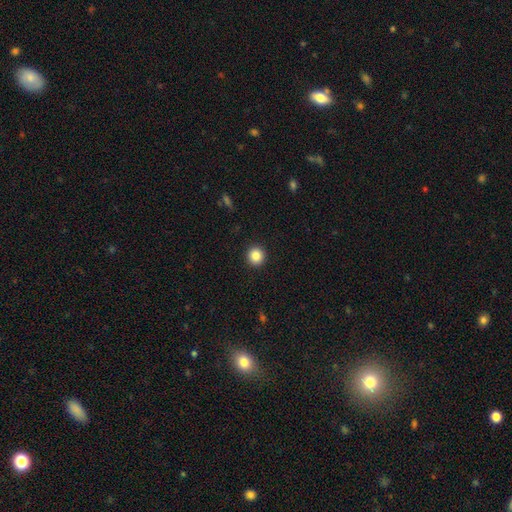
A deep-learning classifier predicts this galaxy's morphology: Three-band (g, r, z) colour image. It shows a smooth galaxy with no disk features (86%) that is round (94%). Merging: none (93%).